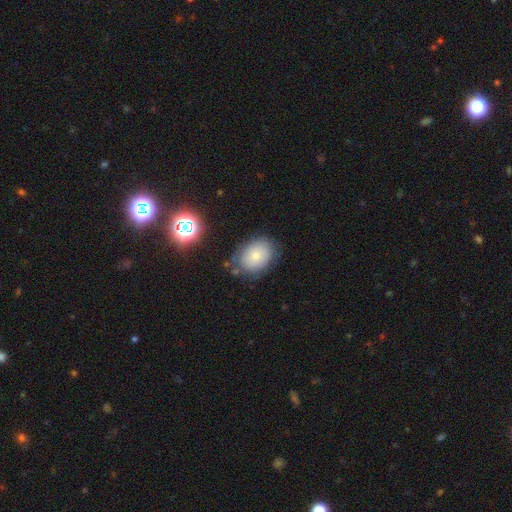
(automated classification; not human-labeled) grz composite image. It shows a smooth galaxy with no disk features (75%) that is in between round and cigar-shaped (68%). Merging: none (72%).